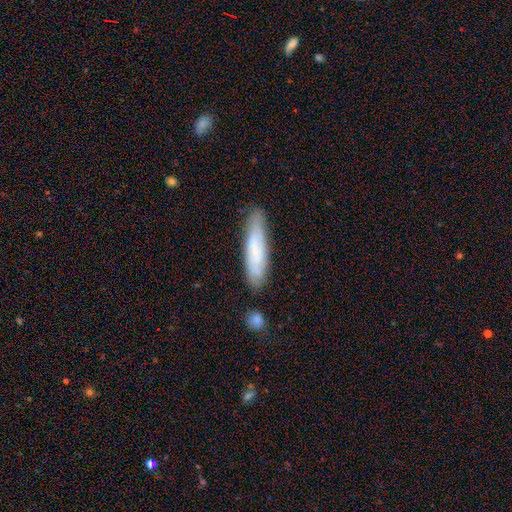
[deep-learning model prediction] Overall: smooth (69%). How rounded: cigar-shaped (83%). Merging: none (79%).